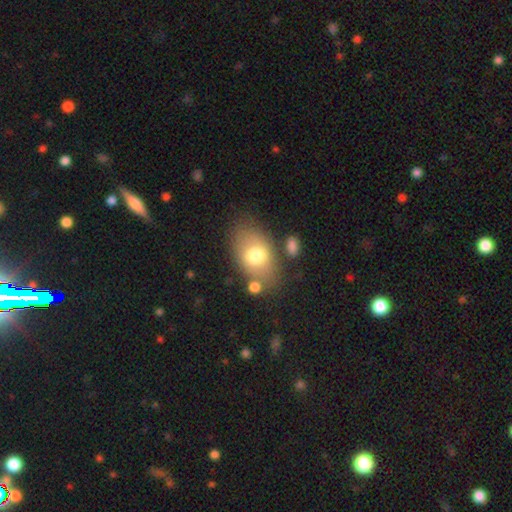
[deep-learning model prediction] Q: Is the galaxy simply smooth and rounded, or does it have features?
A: smooth — 71%.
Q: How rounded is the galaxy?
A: in between — 83%.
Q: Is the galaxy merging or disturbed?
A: none — 65%.